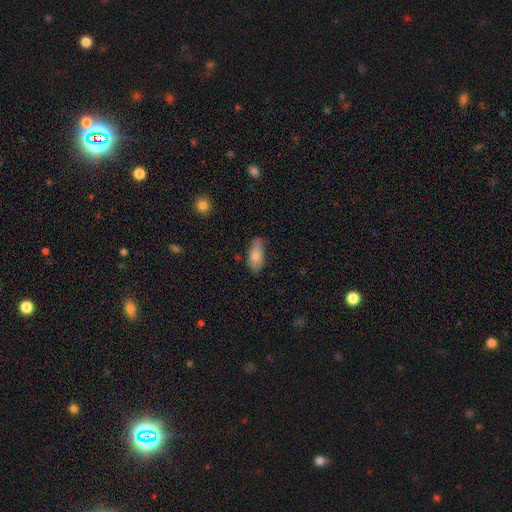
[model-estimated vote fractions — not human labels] smooth 81%, featured or disk 12%, star or artifact 6%. Down the decision tree: how rounded — in between (86%); merging — none (70%).